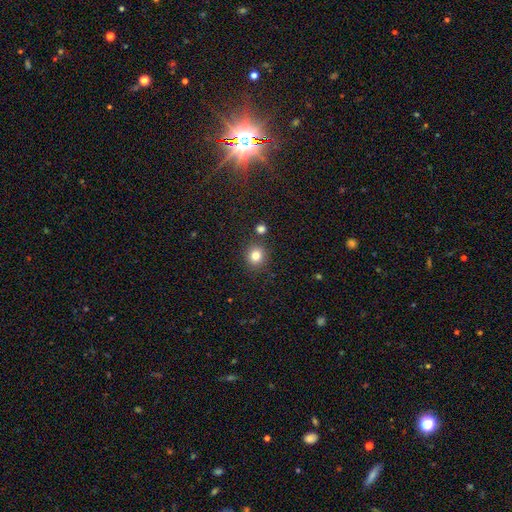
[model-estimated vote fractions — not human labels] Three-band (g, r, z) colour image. It shows a smooth galaxy with no disk features (81%) that is round (86%). Merging: none (85%).